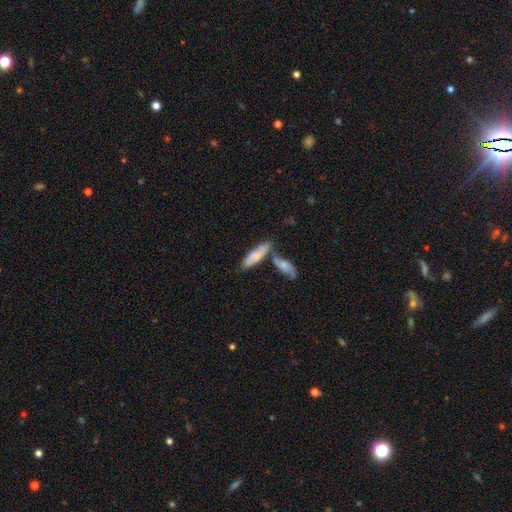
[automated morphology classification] A smooth galaxy with no disk features (70%) that is in between round and cigar-shaped (51%). Merging: none (41%).